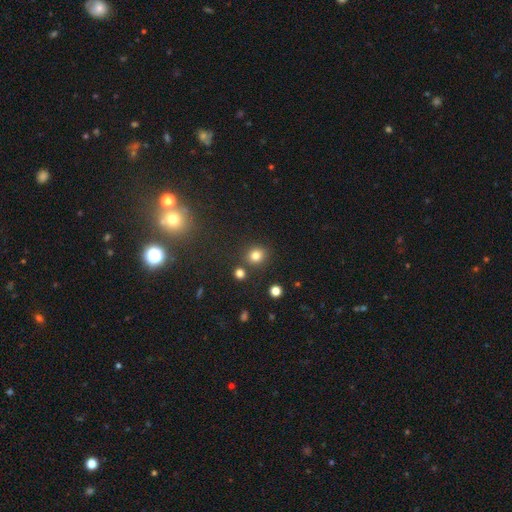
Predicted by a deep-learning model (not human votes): The model was most divided on "smooth or featured": smooth: 80%, star or artifact: 14%, featured or disk: 6%. More confident: merging — none (83%); how rounded — round (82%).